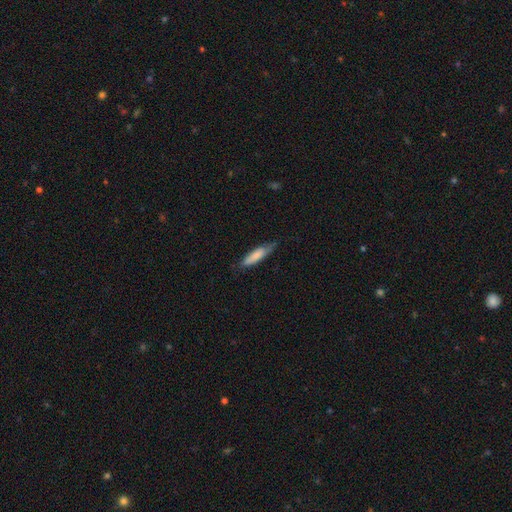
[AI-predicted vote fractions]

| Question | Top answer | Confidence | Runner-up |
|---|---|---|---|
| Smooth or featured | smooth | 78% | featured or disk (17%) |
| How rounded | cigar-shaped | 71% | in between (28%) |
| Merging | none | 65% | minor disturbance (28%) |